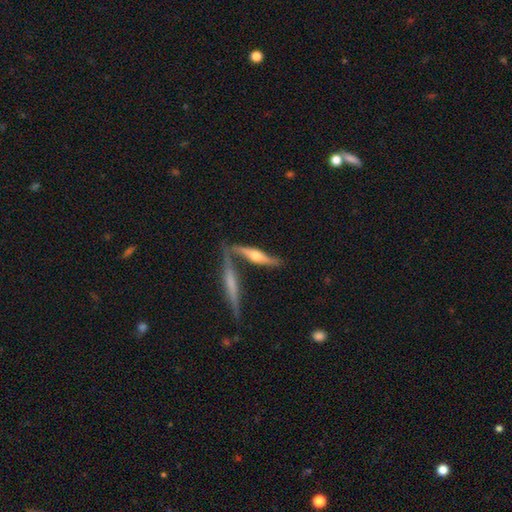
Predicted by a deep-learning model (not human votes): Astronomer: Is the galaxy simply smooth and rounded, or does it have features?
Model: featured or disk — 64%.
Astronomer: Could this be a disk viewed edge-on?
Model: yes — 85%.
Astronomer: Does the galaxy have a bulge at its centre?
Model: rounded — 88%.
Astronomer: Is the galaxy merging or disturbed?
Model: none — 57%.